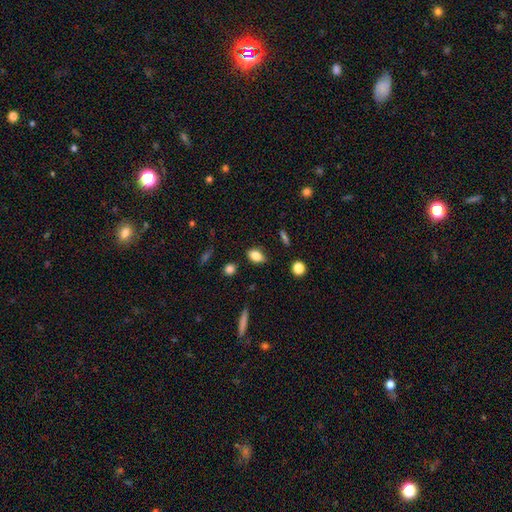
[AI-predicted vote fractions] Q: Smooth or featured?
A: smooth (82%); runner-up: star or artifact (9%)
Q: How rounded?
A: in between (83%); runner-up: round (12%)
Q: Merging?
A: none (79%); runner-up: minor disturbance (15%)